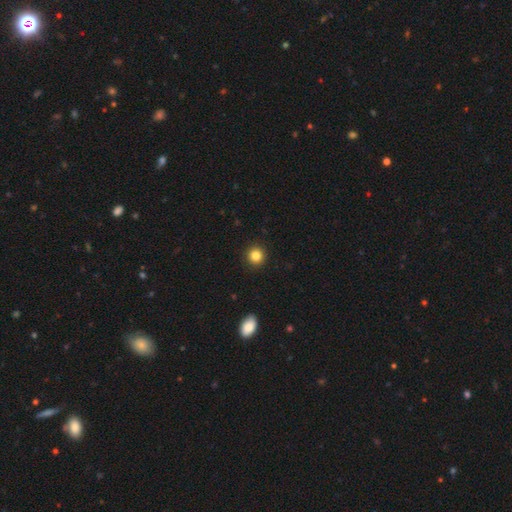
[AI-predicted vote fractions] The model was most divided on "smooth or featured": smooth: 85%, star or artifact: 11%, featured or disk: 4%. More confident: how rounded — round (93%); merging — none (92%).